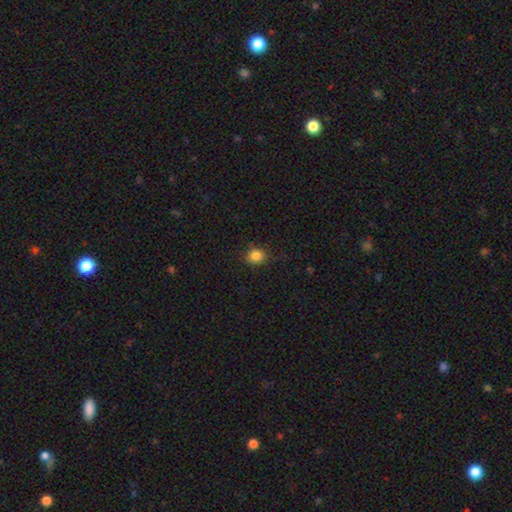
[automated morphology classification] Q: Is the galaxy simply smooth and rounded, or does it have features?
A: smooth — 84%.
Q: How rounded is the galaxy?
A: round — 74%.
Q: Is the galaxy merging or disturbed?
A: none — 84%.